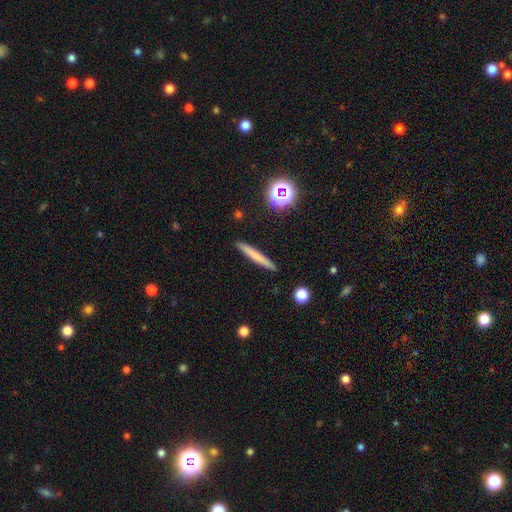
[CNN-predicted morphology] This is likely a smooth galaxy (65%). How rounded: clearly cigar-shaped (96%). Merging: clearly none (91%).